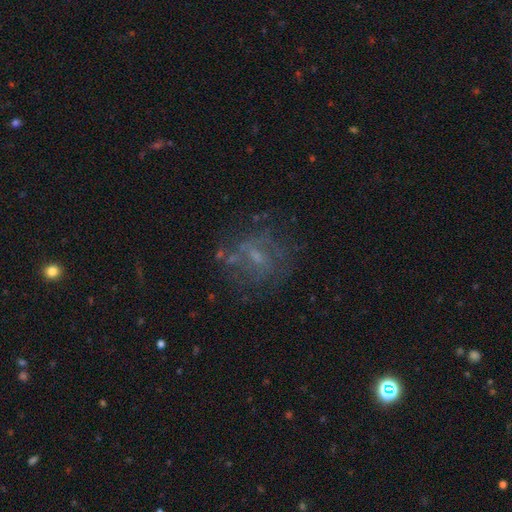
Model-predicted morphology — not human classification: Smooth or featured? featured or disk (58%)
Edge-on disk? no (97%)
Bar? no (52%)
Spiral arms? yes (56%)
Bulge size? small (56%)
Merging? none (66%)